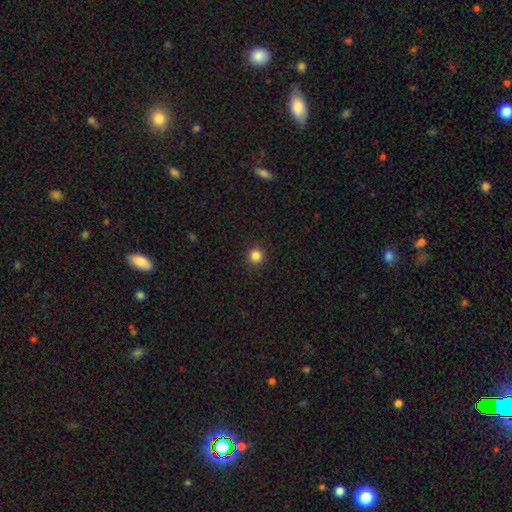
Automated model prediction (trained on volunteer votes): This is clearly a smooth galaxy (84%). How rounded: clearly round (94%). Merging: clearly none (92%).